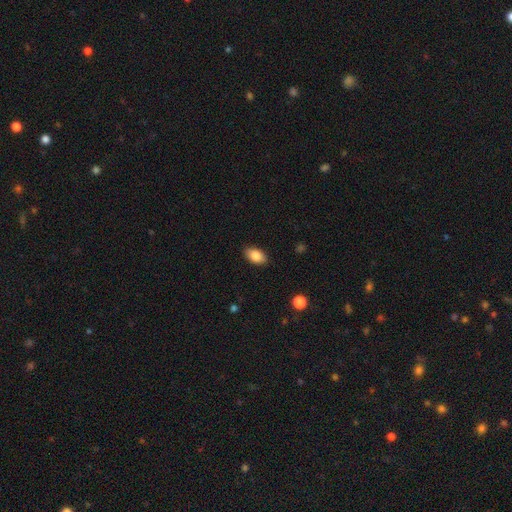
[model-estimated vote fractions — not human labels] smooth 84%, featured or disk 8%, star or artifact 8%. Down the decision tree: how rounded — in between (91%); merging — none (87%).